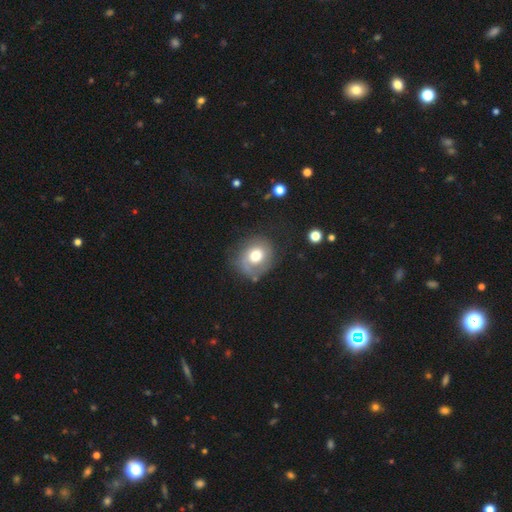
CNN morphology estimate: Smooth or featured? smooth (56%)
How rounded? round (71%)
Merging? none (64%)